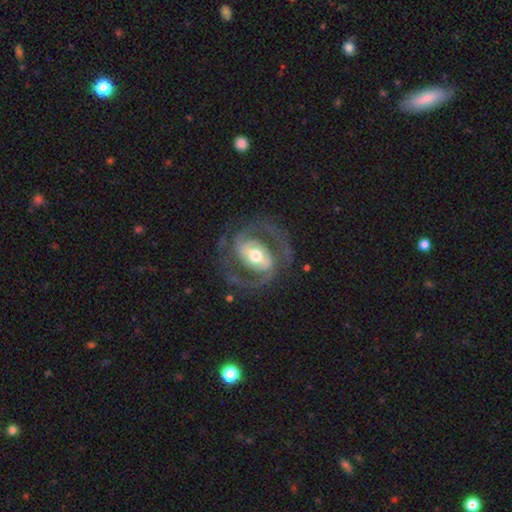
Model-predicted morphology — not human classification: This is clearly a featured or disk galaxy (90%). It is clearly not viewed edge-on (97%). Bar: marginally strong (41%). Spiral arm pattern: clearly yes (95%). Spiral arm count: clearly 2 (87%). Spiral winding: possibly medium (53%). Central bulge: likely moderate (67%). Merging: likely none (77%).